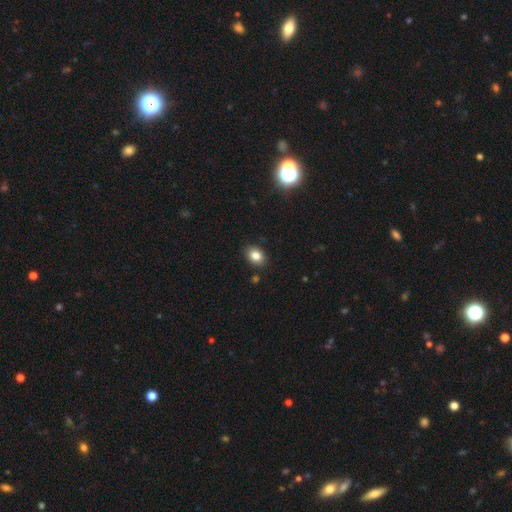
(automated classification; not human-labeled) The model was most divided on "how rounded": in between: 75%, round: 24%, cigar-shaped: 1%. More confident: merging — none (87%); smooth or featured — smooth (83%).